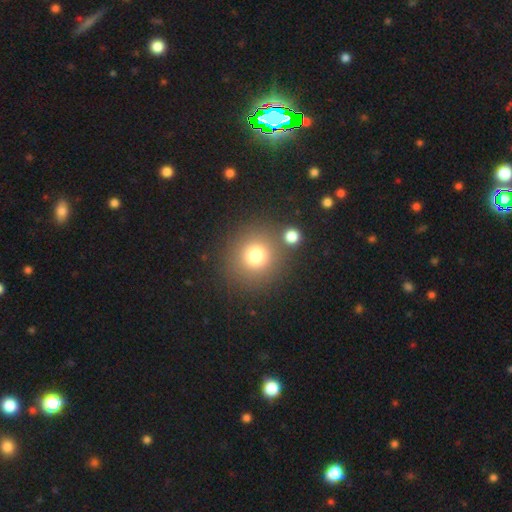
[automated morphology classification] Smooth or featured? Predicted: smooth (p=0.76). How rounded? Predicted: round (p=0.92). Merging? Predicted: none (p=0.79).